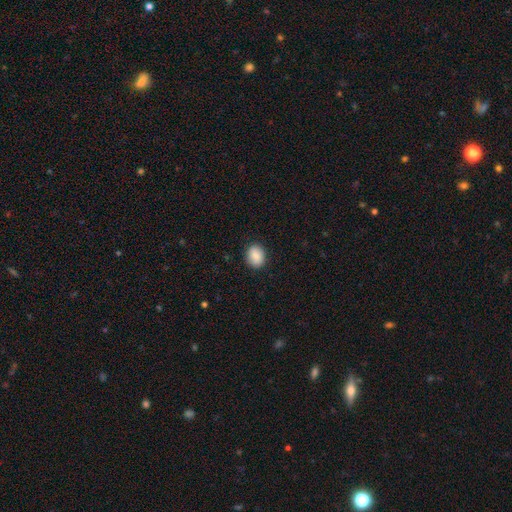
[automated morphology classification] smooth 88%, star or artifact 7%, featured or disk 5%. Down the decision tree: how rounded — in between (54%); merging — none (88%).